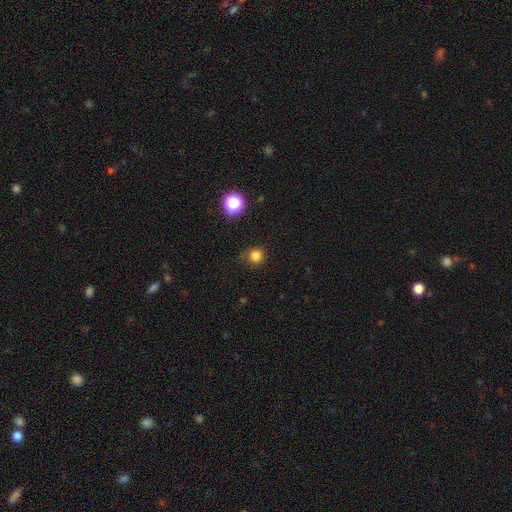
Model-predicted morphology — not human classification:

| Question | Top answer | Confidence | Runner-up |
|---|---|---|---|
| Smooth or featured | smooth | 80% | star or artifact (15%) |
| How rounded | round | 92% | in between (7%) |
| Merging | none | 72% | minor disturbance (19%) |